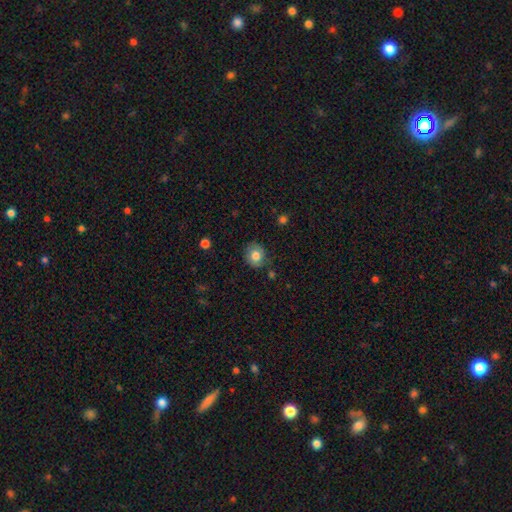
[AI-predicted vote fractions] A smooth galaxy with no disk features (80%) that is round (73%).

Vote fractions:
- Smooth or featured? smooth: 80% / featured or disk: 10% / star or artifact: 9%
- How rounded? round: 73% / in between: 26% / cigar-shaped: 1%
- Merging? none: 80% / minor disturbance: 15% / major disturbance: 3% / merger: 2%